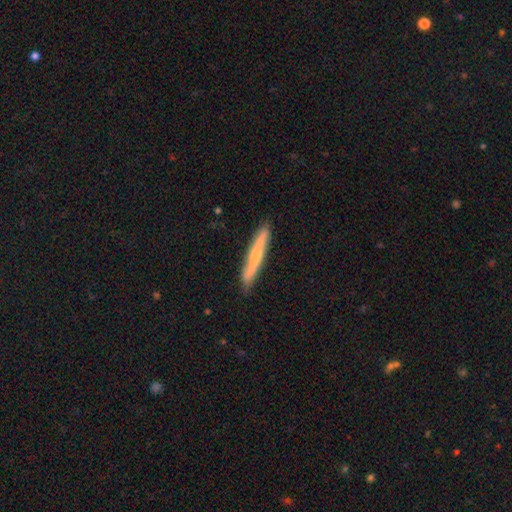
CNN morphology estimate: Overall: smooth (50%; featured or disk 44%). How rounded: cigar-shaped (95%). Merging: none (86%).